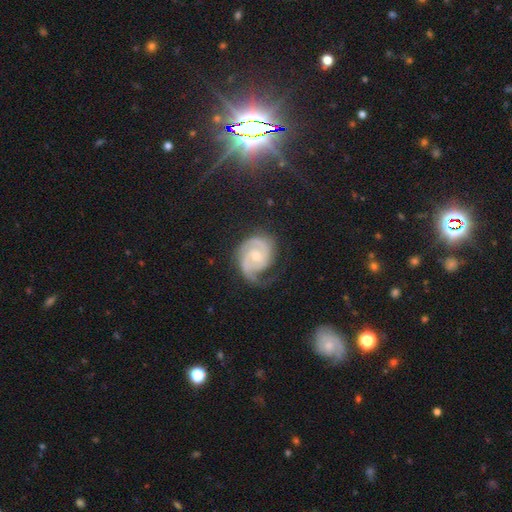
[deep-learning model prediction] Smooth or featured: featured or disk — 88% (smooth — 7%)
Edge-on disk: no — 98% (yes — 2%)
Bar: no — 61% (weak — 32%)
Spiral arms: yes — 98% (no — 2%)
Spiral winding: tight — 55% (medium — 37%)
Spiral arm count: 2 — 68% (3 — 12%)
Bulge size: moderate — 52% (small — 44%)
Merging: none — 60% (minor disturbance — 24%)